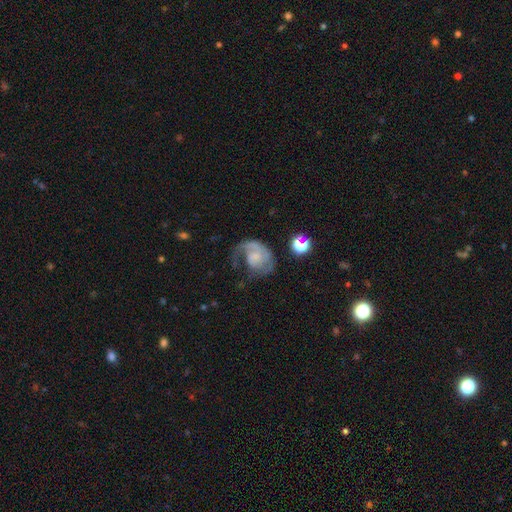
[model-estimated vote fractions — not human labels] Smooth or featured? Predicted: featured or disk (p=0.68). Edge-on disk? Predicted: no (p=0.98). Bar? Predicted: no (p=0.70). Spiral arms? Predicted: yes (p=0.85). Spiral winding? Predicted: medium (p=0.38). Spiral arm count? Predicted: 1 (p=0.70). Bulge size? Predicted: none (p=0.40). Merging? Predicted: major disturbance (p=0.44).